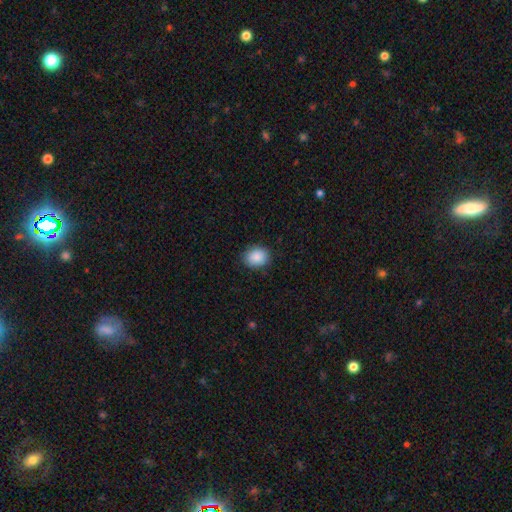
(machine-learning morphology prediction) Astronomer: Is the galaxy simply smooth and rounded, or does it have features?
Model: smooth — 88%.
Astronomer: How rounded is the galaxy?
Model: round — 59% (runner-up: in between, 41%).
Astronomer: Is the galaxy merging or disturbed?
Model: none — 88%.